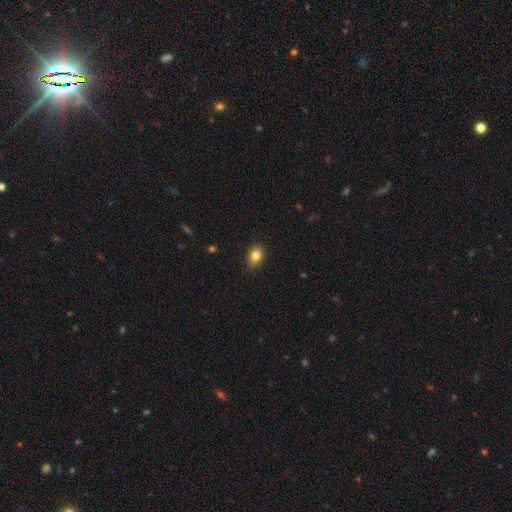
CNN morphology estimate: This is clearly a smooth galaxy (83%). How rounded: likely in between (70%). Merging: clearly none (83%).